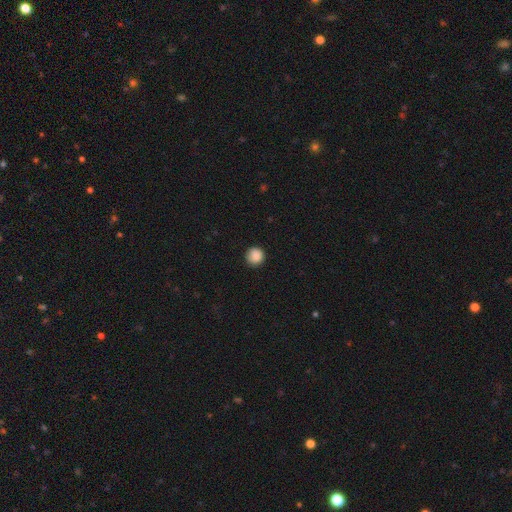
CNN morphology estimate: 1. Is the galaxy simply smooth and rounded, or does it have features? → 87% smooth, 9% star or artifact, 4% featured or disk.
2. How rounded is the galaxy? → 94% round, 5% in between, 1% cigar-shaped.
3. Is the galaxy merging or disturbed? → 86% none, 11% minor disturbance, 2% major disturbance, 1% merger.